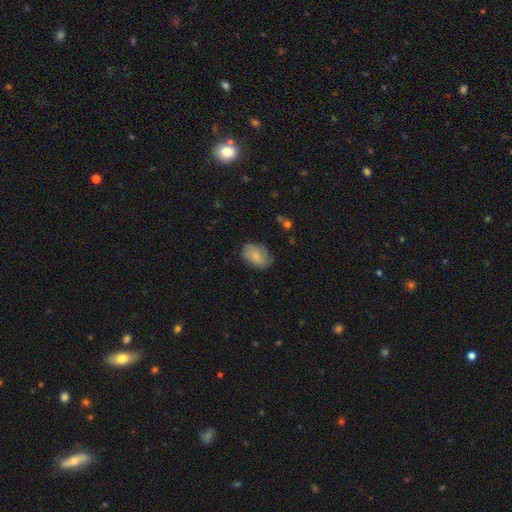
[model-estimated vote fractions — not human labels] smooth-or-featured: smooth: 66% | featured or disk: 27% | star or artifact: 8%
  how-rounded: in between: 83% | round: 16% | cigar-shaped: 1%
  merging: none: 71% | minor disturbance: 22% | major disturbance: 6% | merger: 1%